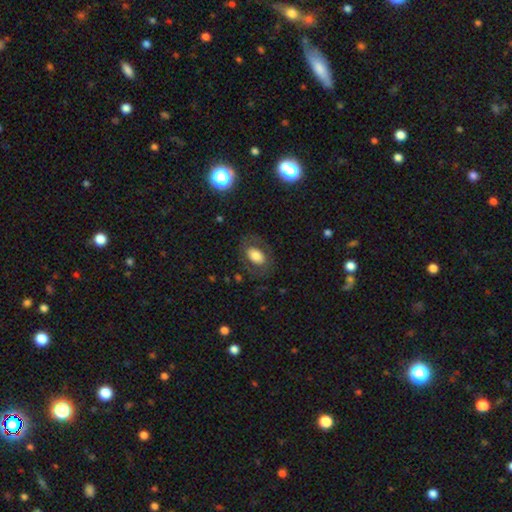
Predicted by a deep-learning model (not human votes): smooth_or_featured: smooth (p=0.66) [alt: featured or disk p=0.27]
how_rounded: in between (p=0.85) [alt: round p=0.14]
merging: none (p=0.75) [alt: minor disturbance p=0.13]